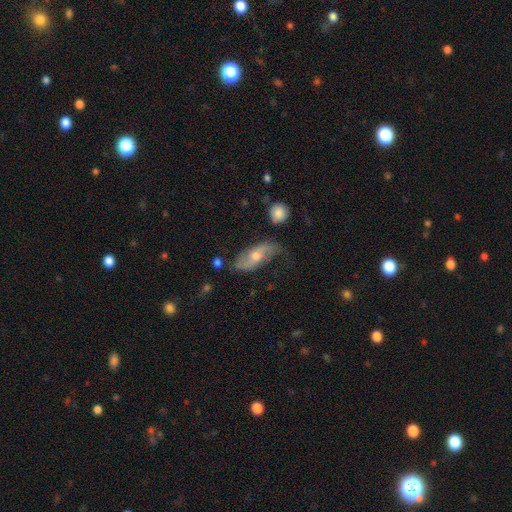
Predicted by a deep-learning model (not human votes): featured or disk 61%, smooth 33%, star or artifact 7%. Down the decision tree: edge-on disk — no (84%); bar — no (61%); spiral arms — yes (81%); bulge size — moderate (68%); merging — none (59%).